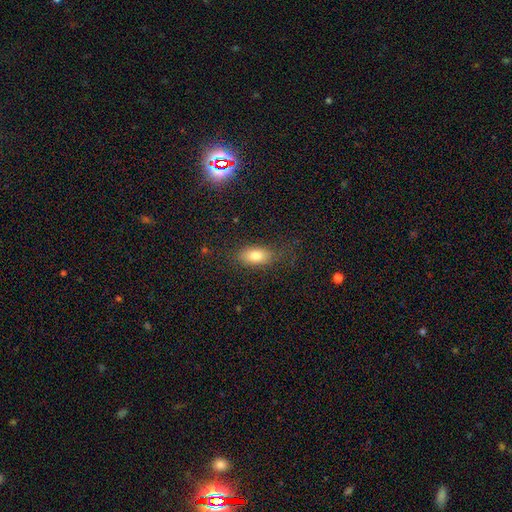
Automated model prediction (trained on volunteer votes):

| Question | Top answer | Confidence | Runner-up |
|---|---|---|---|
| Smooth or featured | smooth | 78% | featured or disk (13%) |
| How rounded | in between | 87% | round (7%) |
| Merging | none | 77% | minor disturbance (15%) |